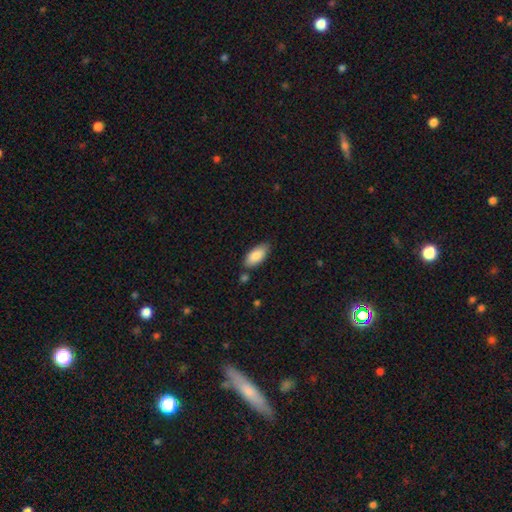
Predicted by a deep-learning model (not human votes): smooth-or-featured: smooth: 87% | featured or disk: 7% | star or artifact: 6%
  how-rounded: in between: 89% | cigar-shaped: 9% | round: 2%
  merging: none: 79% | minor disturbance: 14% | merger: 5% | major disturbance: 3%